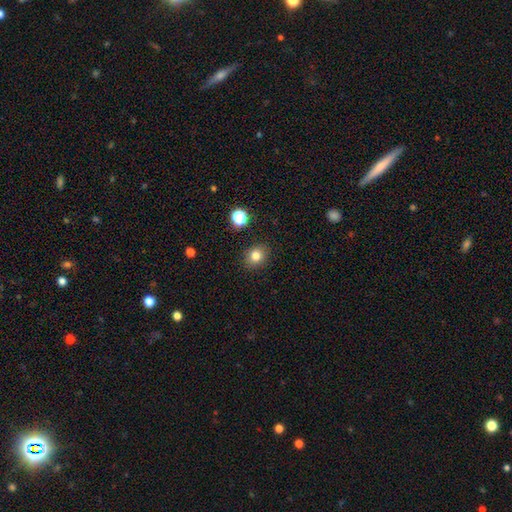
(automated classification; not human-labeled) A smooth galaxy with no disk features (79%) that is round (63%).

Vote fractions:
- Smooth or featured? smooth: 79% / star or artifact: 13% / featured or disk: 8%
- How rounded? round: 63% / in between: 37% / cigar-shaped: 1%
- Merging? none: 88% / minor disturbance: 8% / major disturbance: 2% / merger: 2%